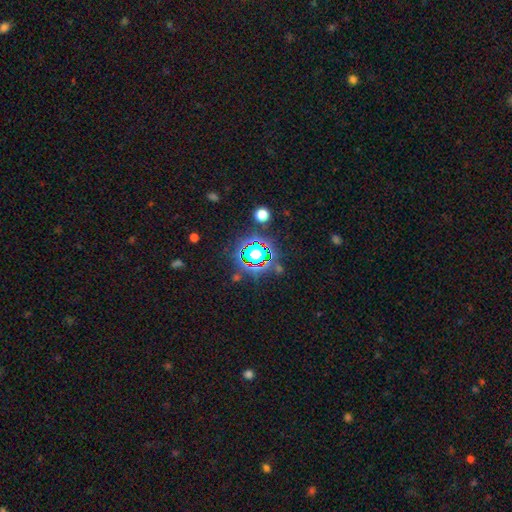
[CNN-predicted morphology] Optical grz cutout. It shows a star or artifact, not a galaxy (63%).